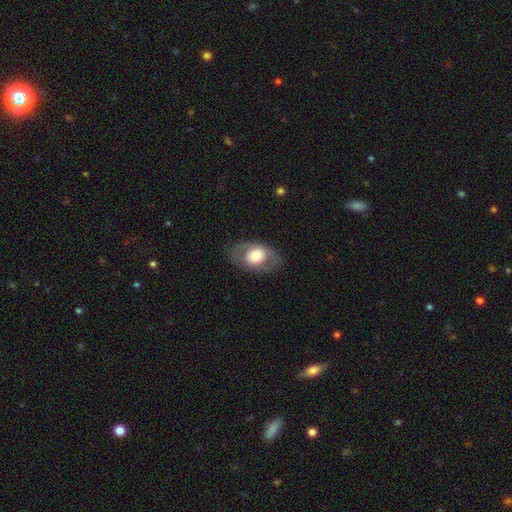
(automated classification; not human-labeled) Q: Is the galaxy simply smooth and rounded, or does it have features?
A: smooth — 52%.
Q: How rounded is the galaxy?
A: in between — 79%.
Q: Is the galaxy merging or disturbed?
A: none — 79%.